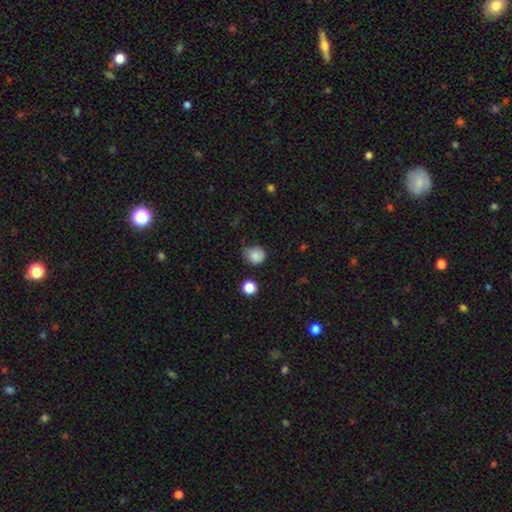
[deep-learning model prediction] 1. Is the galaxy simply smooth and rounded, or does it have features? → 81% smooth, 10% star or artifact, 9% featured or disk.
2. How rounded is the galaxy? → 73% round, 26% in between, 1% cigar-shaped.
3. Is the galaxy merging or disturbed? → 54% none, 35% minor disturbance, 9% major disturbance, 3% merger.